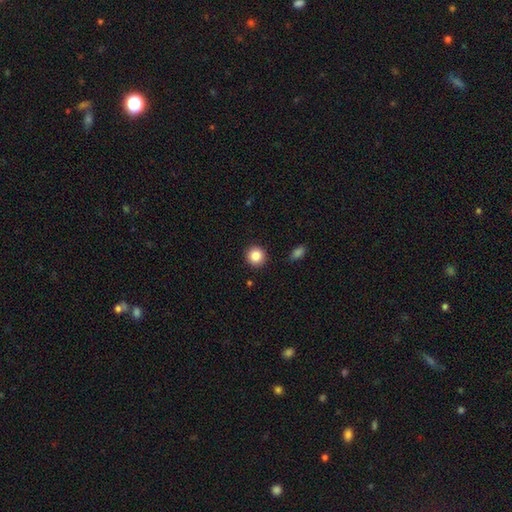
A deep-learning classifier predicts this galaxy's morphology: Smooth or featured? smooth (85%)
How rounded? round (93%)
Merging? none (91%)